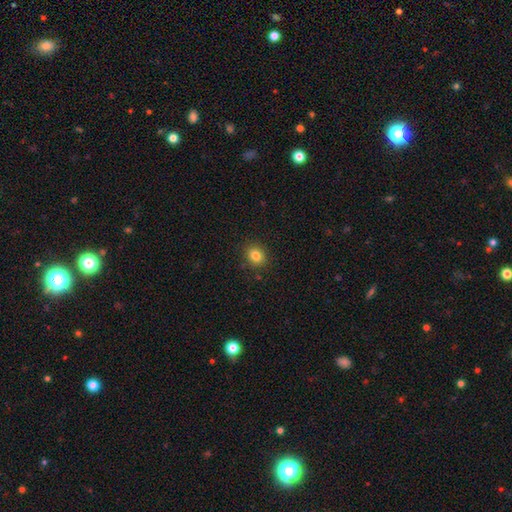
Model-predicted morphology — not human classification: A smooth galaxy with no disk features (82%) that is round (65%). Merging: none (88%).